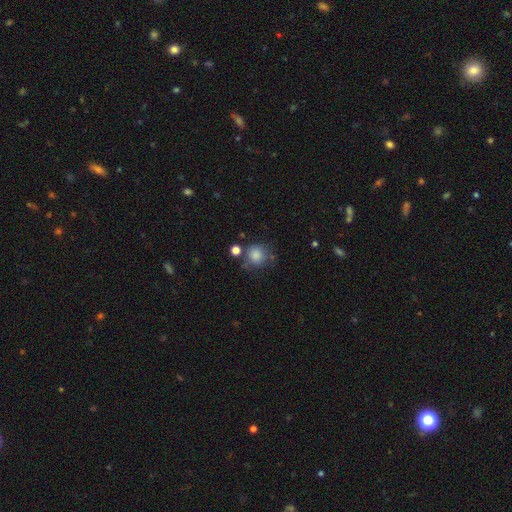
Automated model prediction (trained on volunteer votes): The model was most divided on "merging": none: 68%, minor disturbance: 16%, merger: 9%, major disturbance: 6%. More confident: how rounded — round (89%); smooth or featured — smooth (82%).